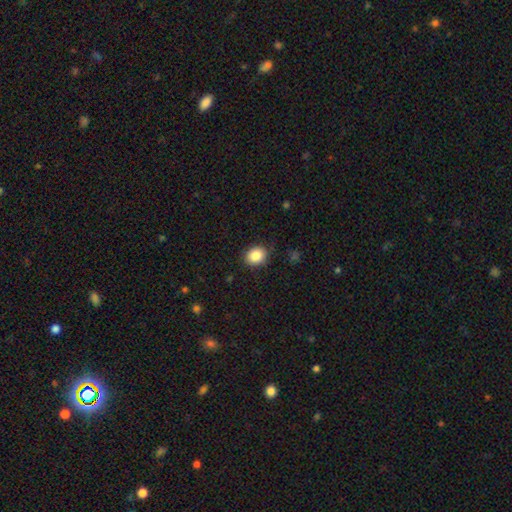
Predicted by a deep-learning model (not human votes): Smooth or featured? Predicted: smooth (p=0.85). How rounded? Predicted: round (p=0.61). Merging? Predicted: none (p=0.87).